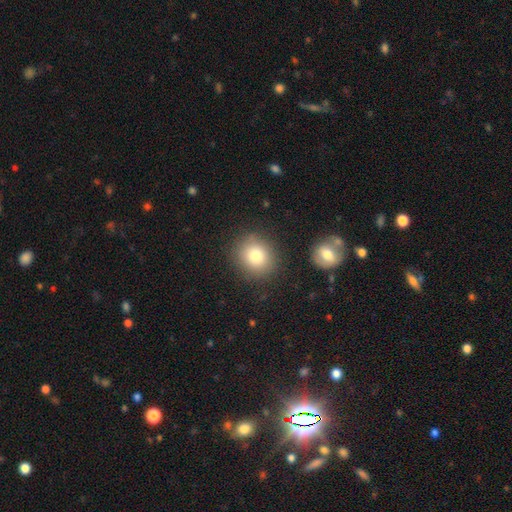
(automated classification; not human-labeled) Morphology: type=smooth (80%); roundness=round (80%); merging=none (85%).